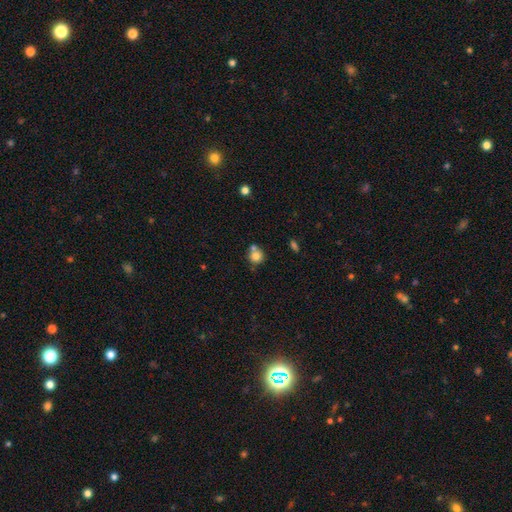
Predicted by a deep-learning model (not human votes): A smooth galaxy with no disk features (78%) that is round (89%).

Vote fractions:
- Smooth or featured? smooth: 78% / featured or disk: 11% / star or artifact: 11%
- How rounded? round: 89% / in between: 10% / cigar-shaped: 1%
- Merging? none: 54% / merger: 32% / minor disturbance: 11% / major disturbance: 3%